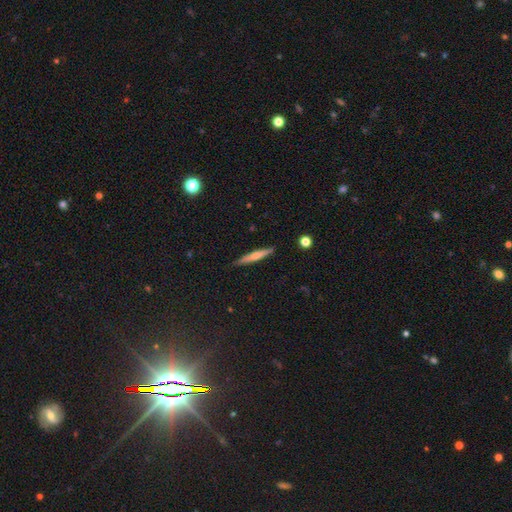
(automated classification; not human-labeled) Q: Smooth or featured?
A: smooth (49%); runner-up: featured or disk (44%)
Q: Merging?
A: none (88%); runner-up: minor disturbance (9%)